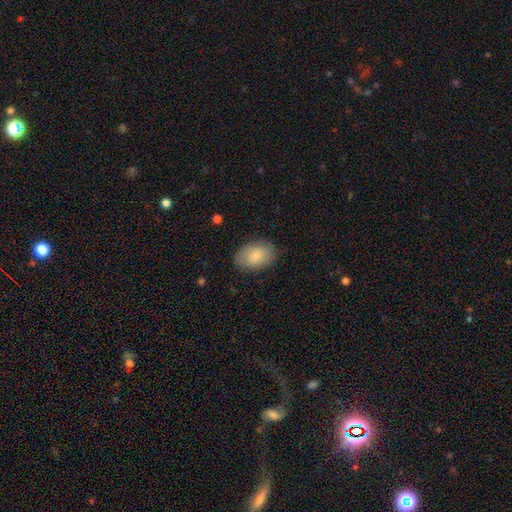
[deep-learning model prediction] smooth_or_featured: smooth (p=0.84) [alt: featured or disk p=0.10]
how_rounded: in between (p=0.87) [alt: round p=0.12]
merging: none (p=0.82) [alt: minor disturbance p=0.14]